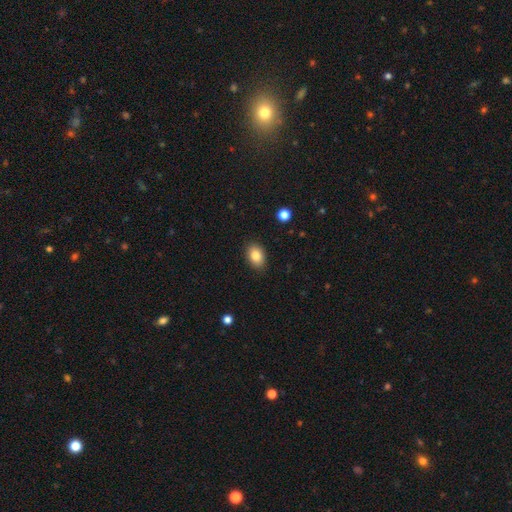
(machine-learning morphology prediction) A smooth galaxy with no disk features (85%) that is in between round and cigar-shaped (83%). Merging: none (87%).